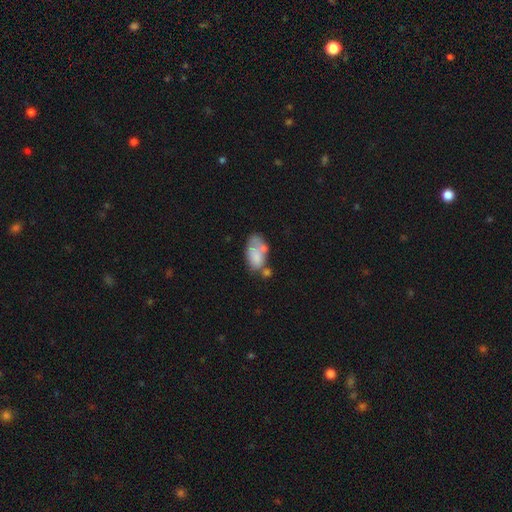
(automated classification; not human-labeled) smooth 67%, featured or disk 25%, star or artifact 8%. Down the decision tree: how rounded — in between (93%); merging — none (29%, tied with merger).